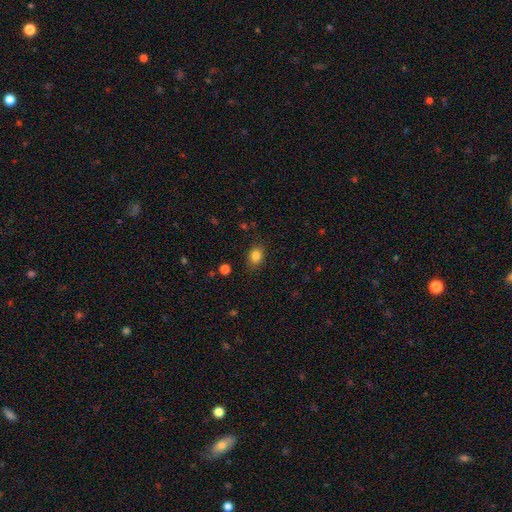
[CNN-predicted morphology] smooth_or_featured: smooth (p=0.84) [alt: star or artifact p=0.11]
how_rounded: in between (p=0.65) [alt: round p=0.34]
merging: none (p=0.84) [alt: minor disturbance p=0.12]